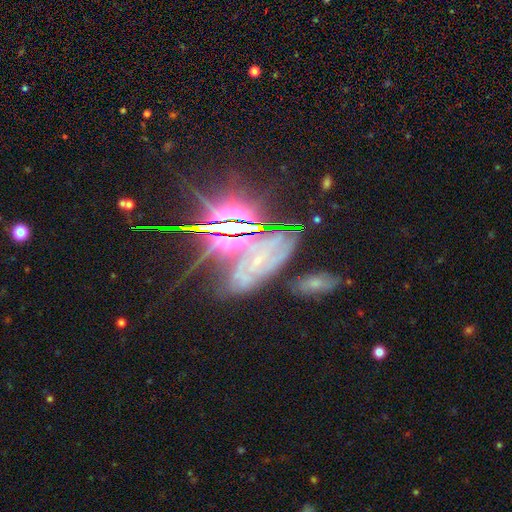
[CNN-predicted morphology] This is possibly a featured or disk galaxy (45%). Merging: likely none (60%).